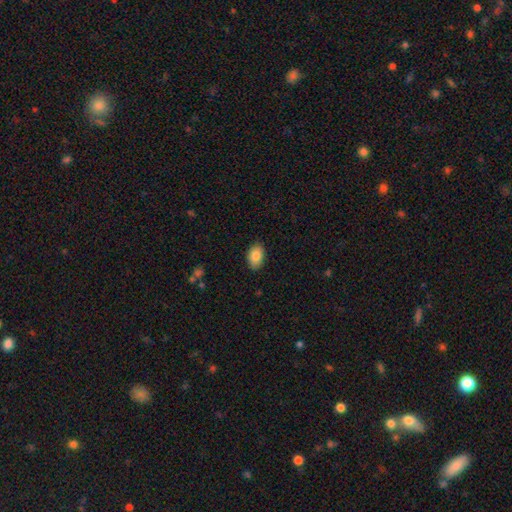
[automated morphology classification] type=smooth (85%); roundness=in between (90%); merging=none (87%).